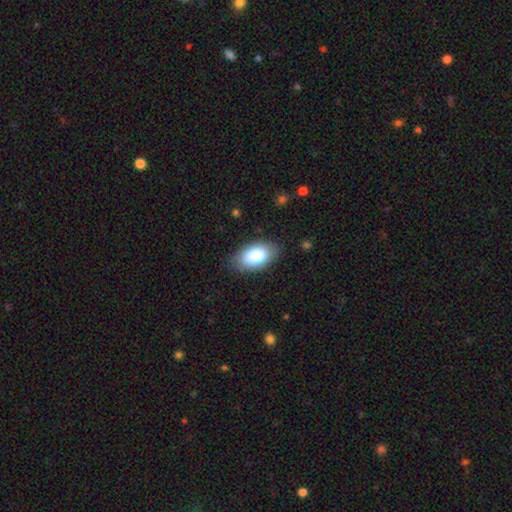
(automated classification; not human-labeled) Morphology: type=smooth (85%); roundness=in between (95%); merging=none (82%).